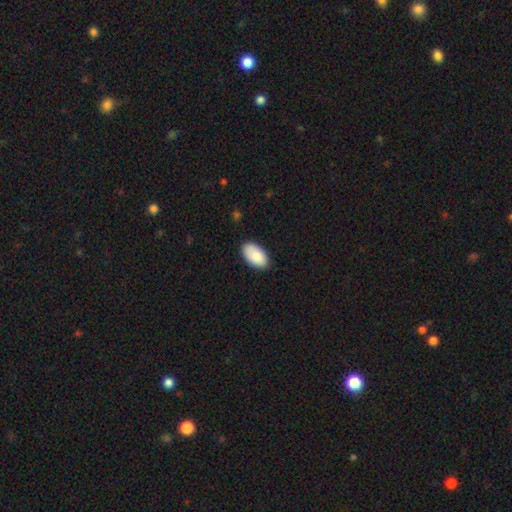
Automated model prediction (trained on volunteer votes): Morphology: type=smooth (87%); roundness=in between (95%); merging=none (84%).